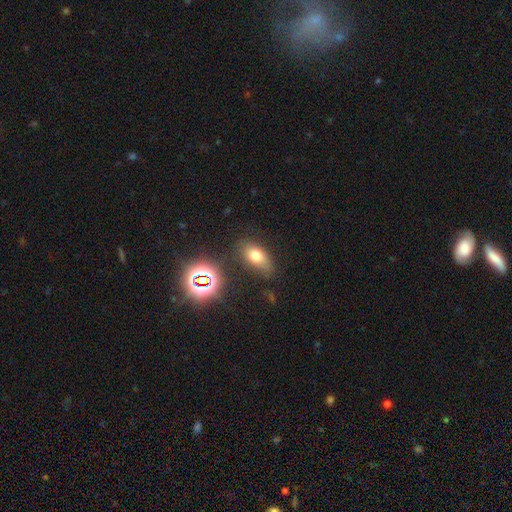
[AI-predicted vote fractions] smooth_or_featured: smooth (p=0.71) [alt: star or artifact p=0.16]
how_rounded: in between (p=0.85) [alt: round p=0.10]
merging: none (p=0.70) [alt: minor disturbance p=0.20]